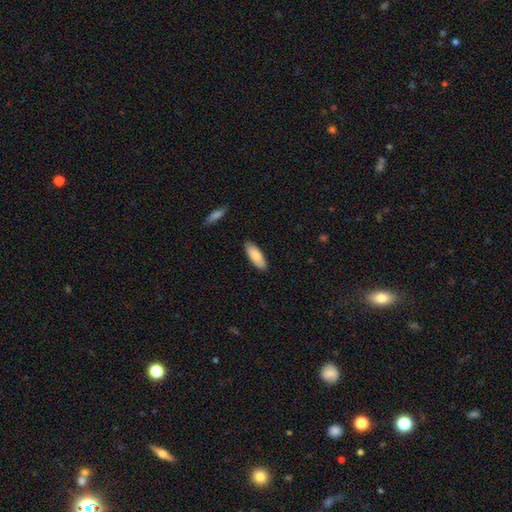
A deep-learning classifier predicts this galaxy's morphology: Smooth or featured: smooth — 82% (featured or disk — 12%)
How rounded: in between — 73% (cigar-shaped — 25%)
Merging: none — 88% (minor disturbance — 9%)